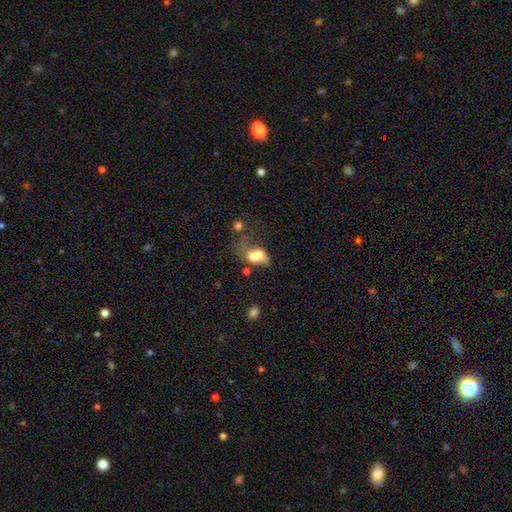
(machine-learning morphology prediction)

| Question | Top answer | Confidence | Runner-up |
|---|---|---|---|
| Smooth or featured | smooth | 62% | featured or disk (27%) |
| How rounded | in between | 81% | round (16%) |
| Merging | merger | 35% | major disturbance (32%) |